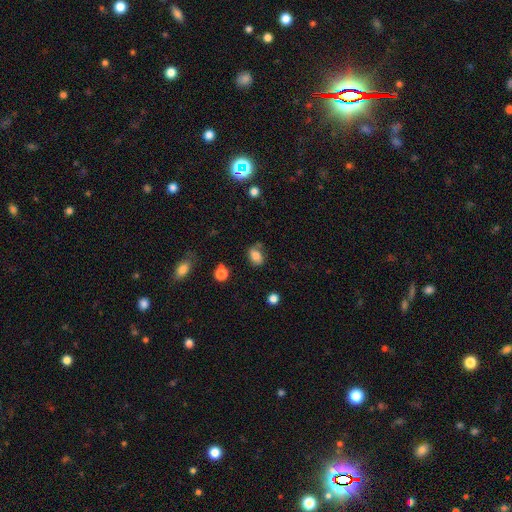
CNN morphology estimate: Overall: smooth (79%). How rounded: in between (79%). Merging: none (63%; minor disturbance 24%).